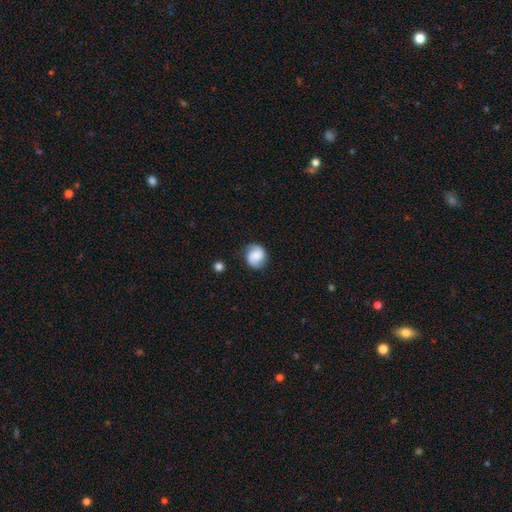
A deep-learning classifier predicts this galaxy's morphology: This appears to be a smooth galaxy with no disk features (50%). Merging: none (79%).